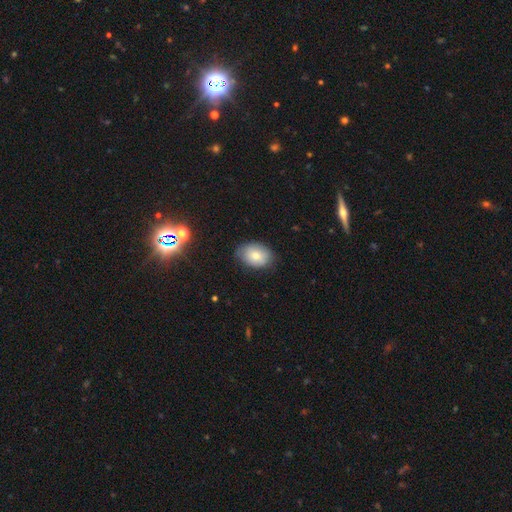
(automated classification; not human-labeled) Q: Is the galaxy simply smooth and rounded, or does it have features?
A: smooth — 76%.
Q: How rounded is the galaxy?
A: in between — 75%.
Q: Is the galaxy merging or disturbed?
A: none — 77%.